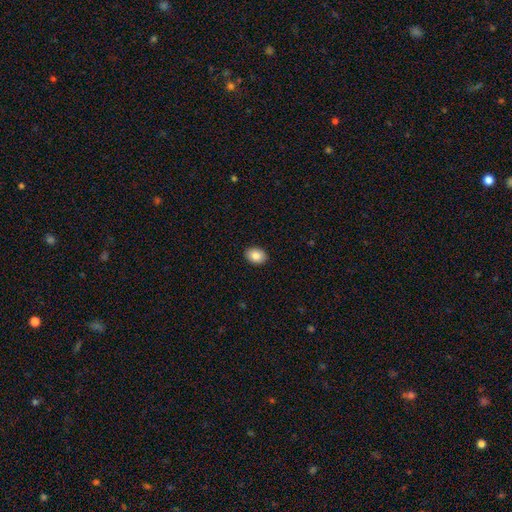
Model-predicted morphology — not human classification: This is clearly a smooth galaxy (86%). How rounded: likely in between (72%). Merging: clearly none (91%).